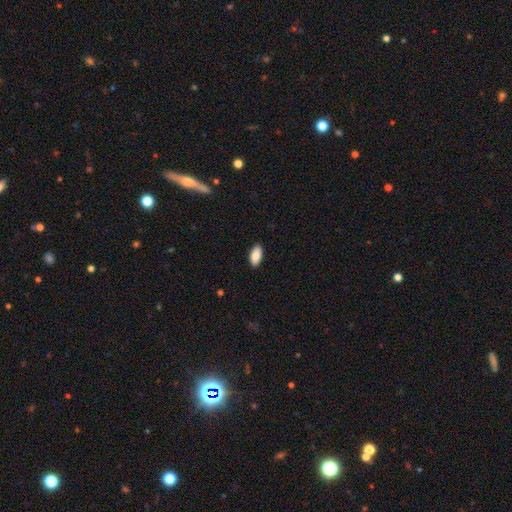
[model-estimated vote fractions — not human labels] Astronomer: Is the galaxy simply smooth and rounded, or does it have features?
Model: smooth — 84%.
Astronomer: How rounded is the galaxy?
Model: in between — 91%.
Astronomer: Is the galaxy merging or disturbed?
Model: none — 90%.